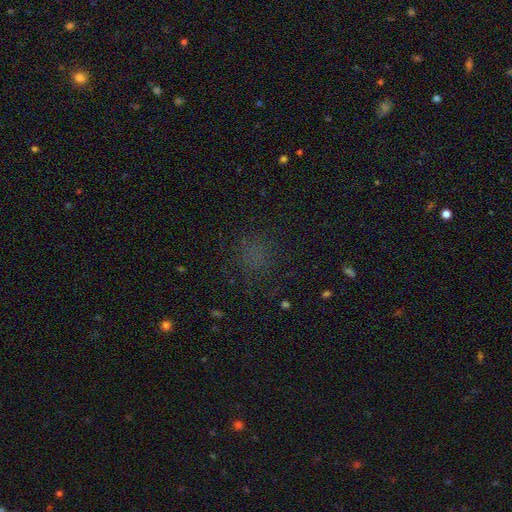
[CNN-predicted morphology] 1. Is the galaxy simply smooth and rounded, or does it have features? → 56% smooth, 35% star or artifact, 9% featured or disk.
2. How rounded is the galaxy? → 81% round, 17% in between, 2% cigar-shaped.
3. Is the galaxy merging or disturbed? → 78% none, 12% minor disturbance, 8% major disturbance, 2% merger.